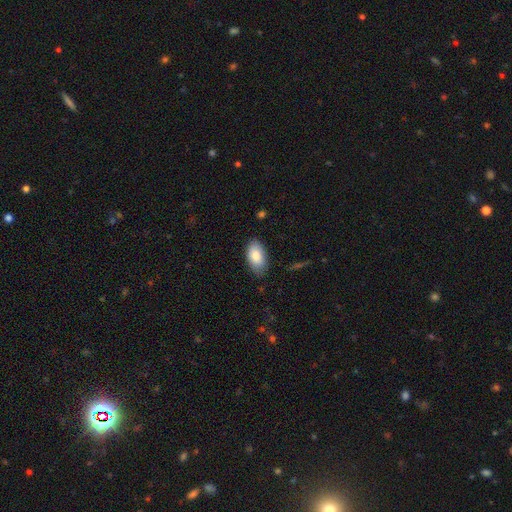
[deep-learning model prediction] A smooth galaxy with no disk features (83%) that is in between round and cigar-shaped (94%). Merging: none (81%).